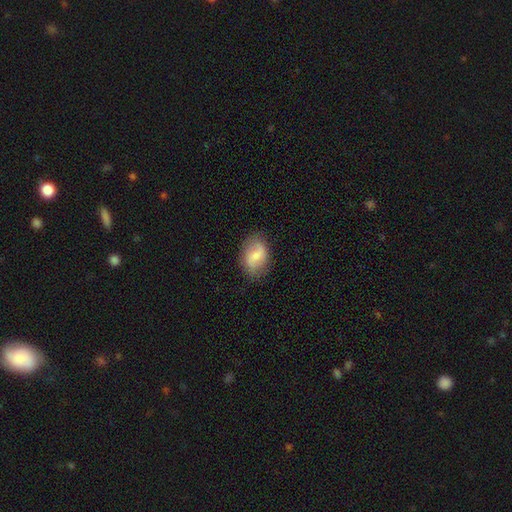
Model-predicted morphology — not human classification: smooth_or_featured: smooth (p=0.54) [alt: featured or disk p=0.39]
how_rounded: in between (p=0.76) [alt: round p=0.22]
merging: none (p=0.79) [alt: minor disturbance p=0.15]